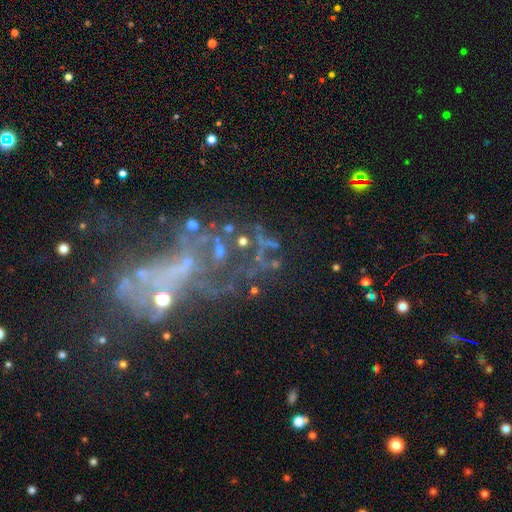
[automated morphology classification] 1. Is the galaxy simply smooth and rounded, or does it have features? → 57% featured or disk, 30% star or artifact, 13% smooth.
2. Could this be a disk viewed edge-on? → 94% no, 6% yes.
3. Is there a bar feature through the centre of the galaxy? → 84% no, 11% weak, 5% strong.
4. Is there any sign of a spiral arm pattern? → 82% no, 18% yes.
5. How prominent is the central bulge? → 68% none, 22% small, 8% moderate, 2% large, 1% dominant.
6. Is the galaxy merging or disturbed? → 39% major disturbance, 31% none, 16% merger, 14% minor disturbance.